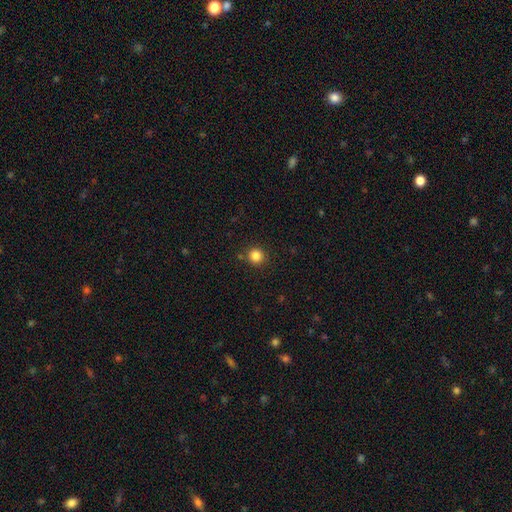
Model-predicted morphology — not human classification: A smooth galaxy with no disk features (84%) that is round (94%).

Vote fractions:
- Smooth or featured? smooth: 84% / star or artifact: 12% / featured or disk: 4%
- How rounded? round: 94% / in between: 5% / cigar-shaped: 1%
- Merging? none: 89% / minor disturbance: 6% / merger: 3% / major disturbance: 2%